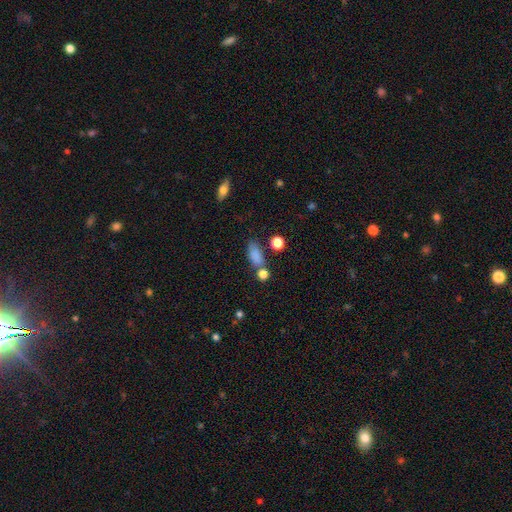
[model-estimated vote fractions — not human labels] Q: Smooth or featured?
A: smooth (80%); runner-up: star or artifact (12%)
Q: How rounded?
A: in between (76%); runner-up: cigar-shaped (14%)
Q: Merging?
A: none (61%); runner-up: minor disturbance (18%)